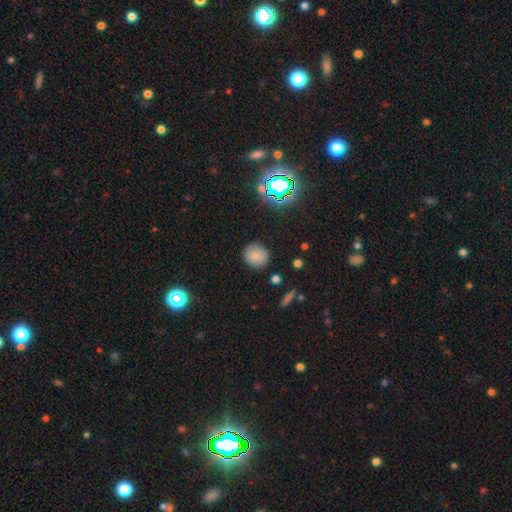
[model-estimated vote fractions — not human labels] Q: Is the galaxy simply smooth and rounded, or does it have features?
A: smooth — 79%.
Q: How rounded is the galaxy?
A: round — 83%.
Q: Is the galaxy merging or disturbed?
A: none — 86%.